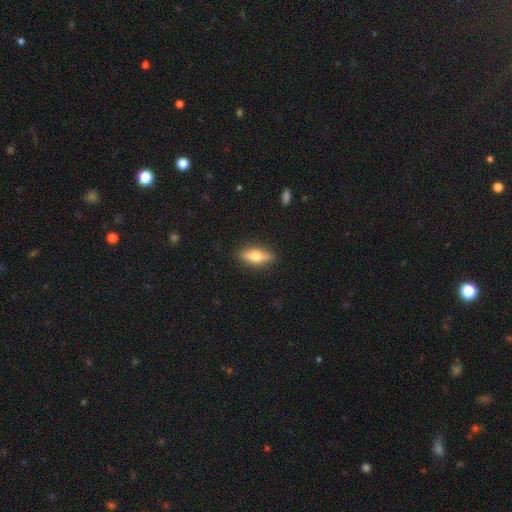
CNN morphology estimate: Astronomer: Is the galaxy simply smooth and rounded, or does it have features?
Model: smooth — 47% (runner-up: featured or disk, 46%).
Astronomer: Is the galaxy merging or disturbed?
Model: none — 87%.